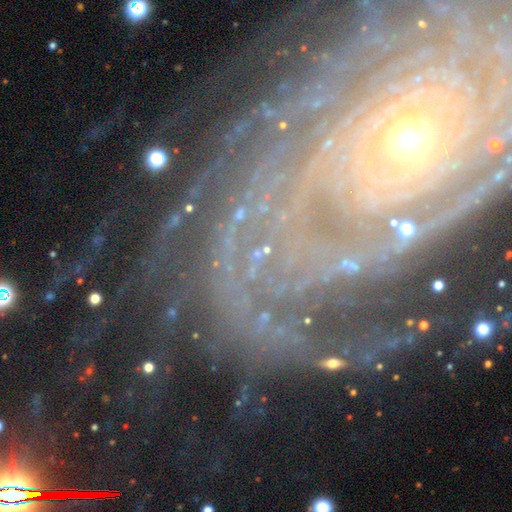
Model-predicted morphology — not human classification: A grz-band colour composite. It shows a featured or disk galaxy (66%) with no bar (57%), tight (77%) spiral arms (91%) and a small central bulge (59%). Merging: none (67%).